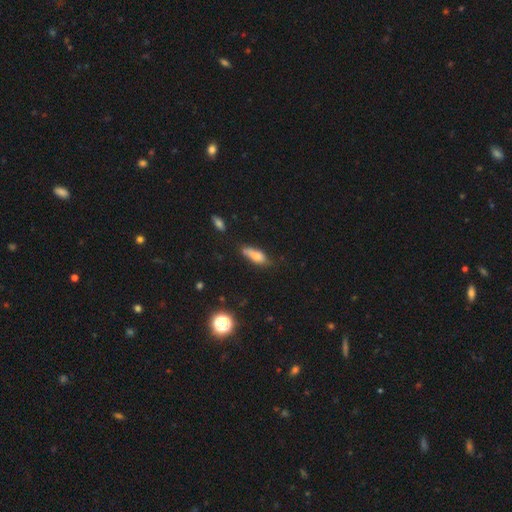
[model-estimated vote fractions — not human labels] Smooth or featured? Predicted: smooth (p=0.71). How rounded? Predicted: in between (p=0.59). Merging? Predicted: none (p=0.56).